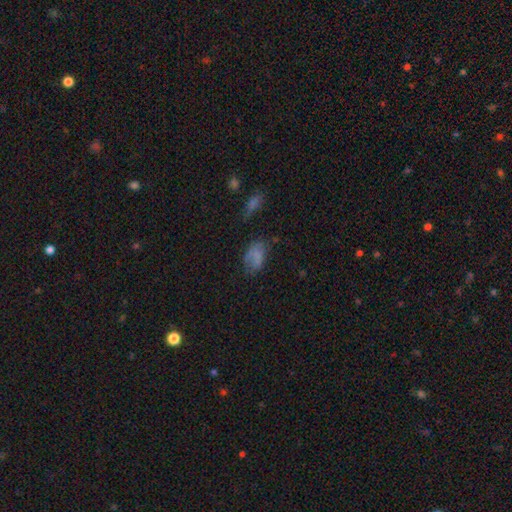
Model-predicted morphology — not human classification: The model was most divided on "merging": none: 48%, minor disturbance: 29%, major disturbance: 18%, merger: 5%. More confident: how rounded — in between (90%); smooth or featured — smooth (65%).